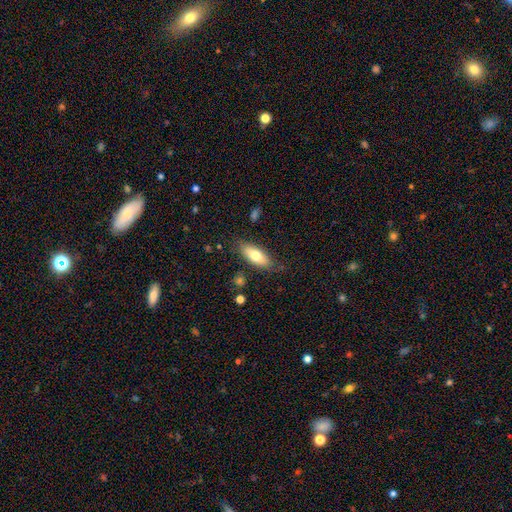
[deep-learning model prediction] This is likely a smooth galaxy (72%). How rounded: likely in between (78%). Merging: likely none (80%).